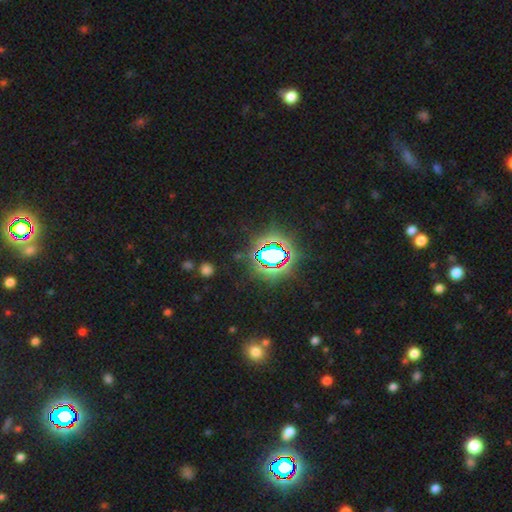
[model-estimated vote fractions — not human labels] Overall: star or artifact (80%).